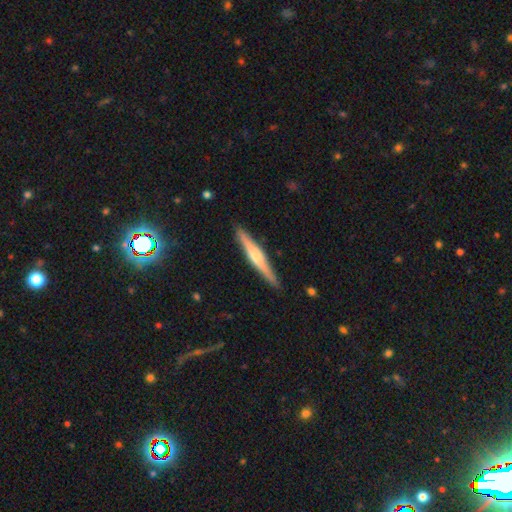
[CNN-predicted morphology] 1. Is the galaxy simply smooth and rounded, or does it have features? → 65% featured or disk, 30% smooth, 6% star or artifact.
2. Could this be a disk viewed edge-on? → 97% yes, 3% no.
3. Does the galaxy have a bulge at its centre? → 81% rounded, 11% none, 8% boxy.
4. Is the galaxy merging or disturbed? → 90% none, 7% minor disturbance, 1% major disturbance, 1% merger.